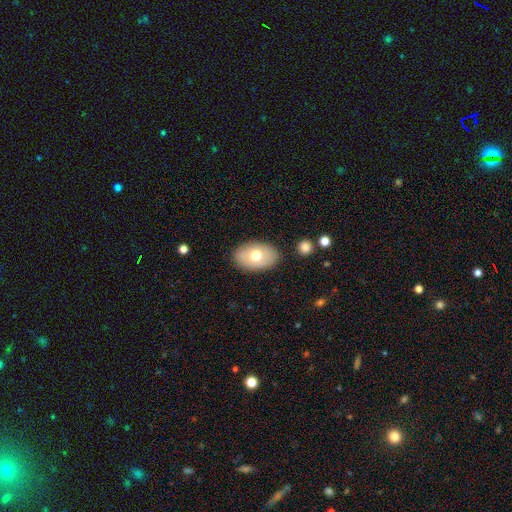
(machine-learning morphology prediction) Smooth or featured?
  - smooth: 66% *
  - featured or disk: 27%
  - star or artifact: 7%
How rounded?
  - in between: 87% *
  - round: 12%
  - cigar-shaped: 1%
Merging?
  - none: 84% *
  - minor disturbance: 11%
  - major disturbance: 3%
  - merger: 2%